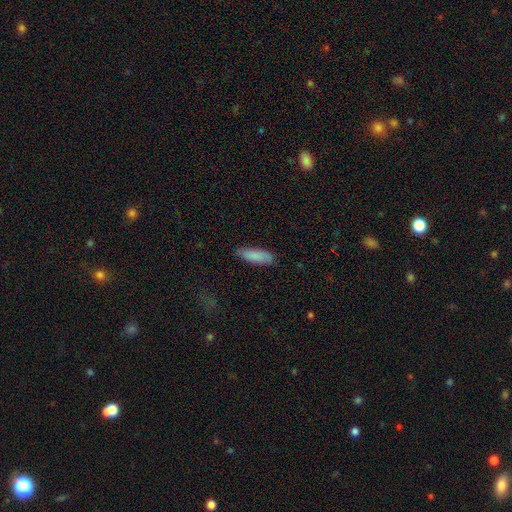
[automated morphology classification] Smooth or featured?
  - smooth: 87% *
  - featured or disk: 7%
  - star or artifact: 6%
How rounded?
  - in between: 59% *
  - cigar-shaped: 39%
  - round: 1%
Merging?
  - none: 80% *
  - minor disturbance: 16%
  - major disturbance: 3%
  - merger: 1%